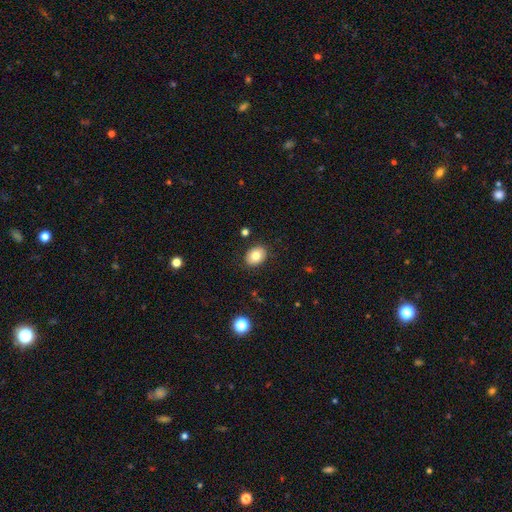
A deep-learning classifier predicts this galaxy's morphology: Smooth or featured?
  - smooth: 80% *
  - featured or disk: 11%
  - star or artifact: 9%
How rounded?
  - in between: 63% *
  - round: 36%
  - cigar-shaped: 1%
Merging?
  - none: 87% *
  - minor disturbance: 9%
  - major disturbance: 2%
  - merger: 2%